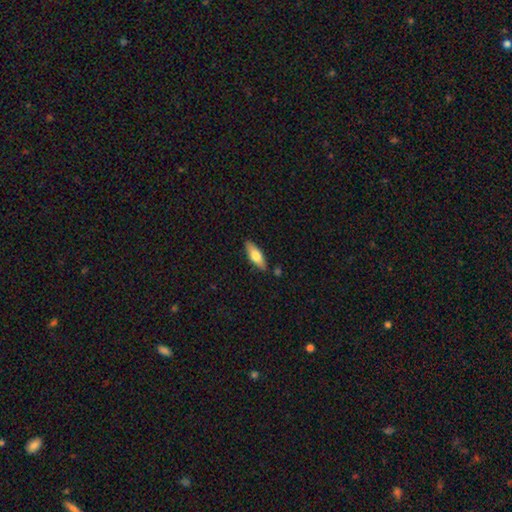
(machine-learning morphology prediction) smooth_or_featured: smooth (p=0.66) [alt: featured or disk p=0.28]
how_rounded: in between (p=0.60) [alt: cigar-shaped p=0.37]
merging: none (p=0.84) [alt: minor disturbance p=0.11]